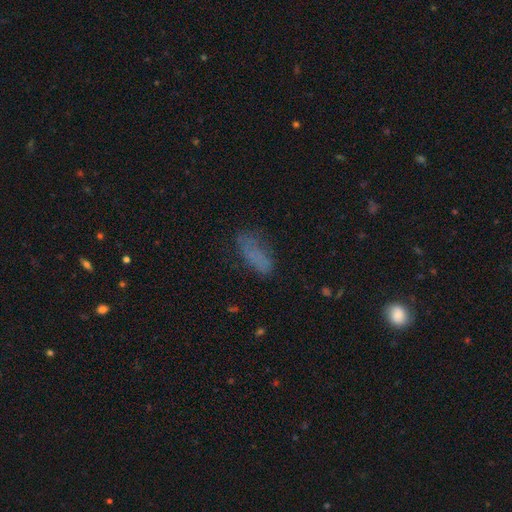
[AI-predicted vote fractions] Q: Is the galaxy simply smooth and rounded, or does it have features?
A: smooth — 67%.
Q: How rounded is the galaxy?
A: in between — 74%.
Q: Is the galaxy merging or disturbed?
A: none — 60%.